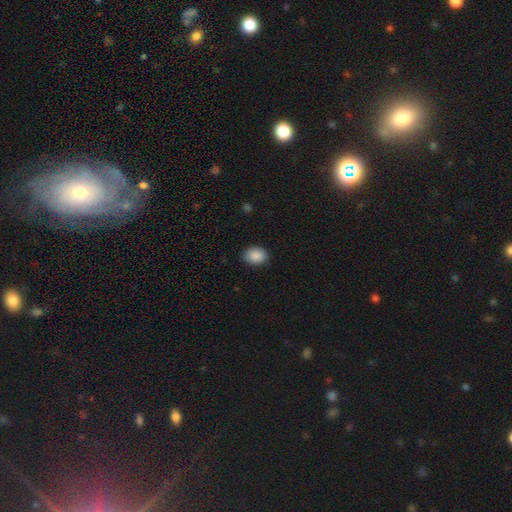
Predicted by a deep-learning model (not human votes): smooth_or_featured: smooth (p=0.89) [alt: star or artifact p=0.08]
how_rounded: in between (p=0.66) [alt: round p=0.33]
merging: none (p=0.88) [alt: minor disturbance p=0.09]